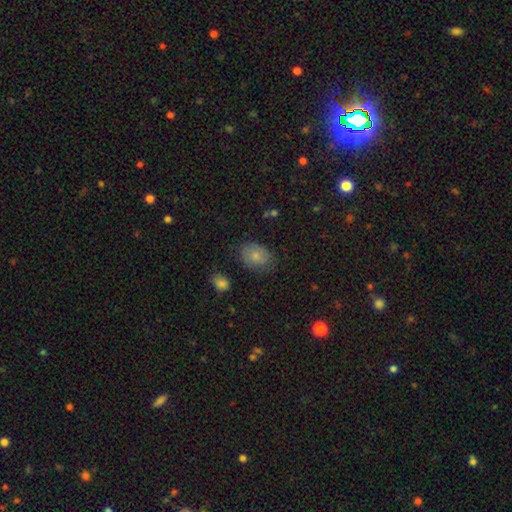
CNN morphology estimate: A smooth galaxy with no disk features (77%) that is in between round and cigar-shaped (63%).

Vote fractions:
- Smooth or featured? smooth: 77% / featured or disk: 14% / star or artifact: 9%
- How rounded? in between: 63% / round: 36% / cigar-shaped: 1%
- Merging? none: 74% / minor disturbance: 19% / major disturbance: 5% / merger: 2%